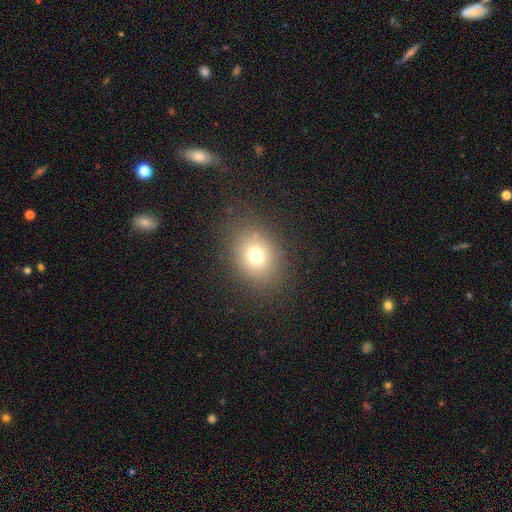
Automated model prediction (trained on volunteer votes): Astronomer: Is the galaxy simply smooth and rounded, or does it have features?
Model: smooth — 73%.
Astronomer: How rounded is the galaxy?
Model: round — 50% (runner-up: in between, 49%).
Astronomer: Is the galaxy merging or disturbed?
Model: none — 82%.